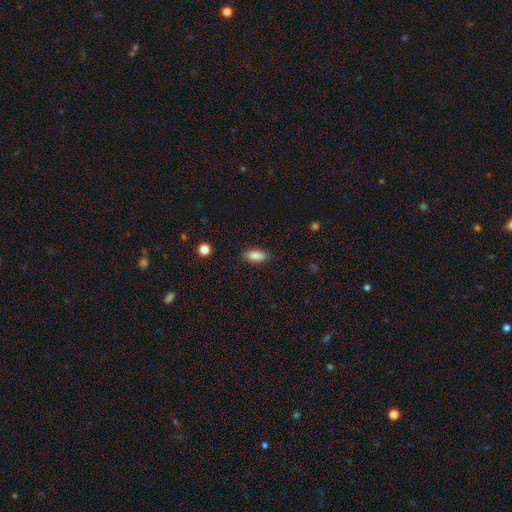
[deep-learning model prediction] smooth 87%, star or artifact 8%, featured or disk 5%. Down the decision tree: how rounded — in between (87%); merging — none (88%).